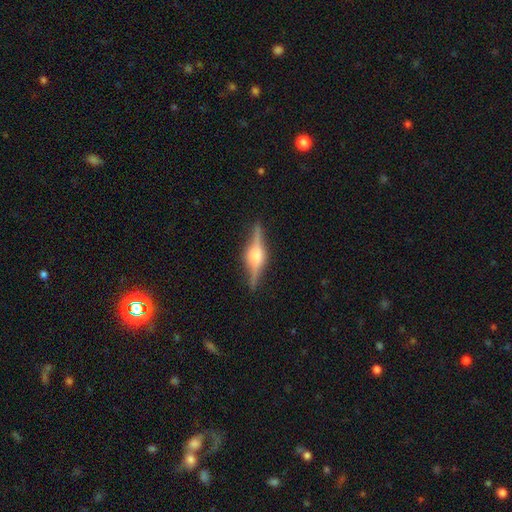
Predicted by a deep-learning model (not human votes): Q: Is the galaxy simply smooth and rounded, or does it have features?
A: featured or disk — 82%.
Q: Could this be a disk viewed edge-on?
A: yes — 97%.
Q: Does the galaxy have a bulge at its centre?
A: rounded — 87%.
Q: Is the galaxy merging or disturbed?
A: none — 87%.